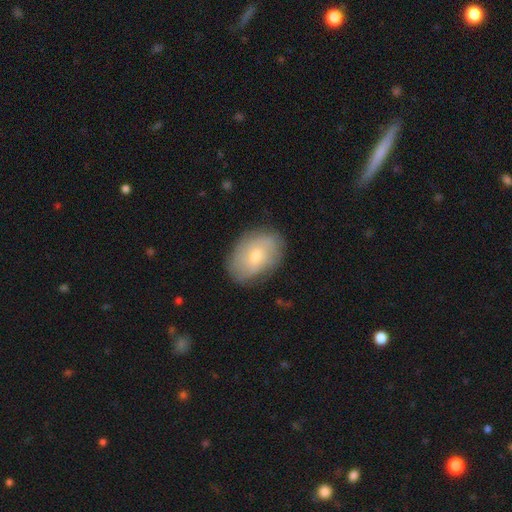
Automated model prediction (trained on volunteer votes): Q: Smooth or featured?
A: smooth (53%); runner-up: featured or disk (40%)
Q: How rounded?
A: in between (81%); runner-up: round (18%)
Q: Merging?
A: none (81%); runner-up: minor disturbance (14%)